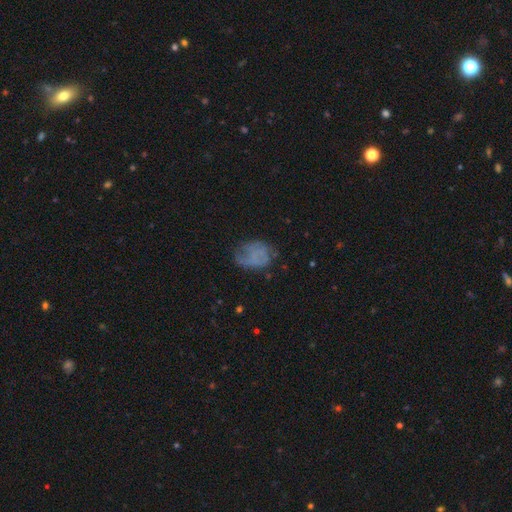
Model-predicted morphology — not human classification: A smooth galaxy with no disk features (47%). Merging: none (50%).